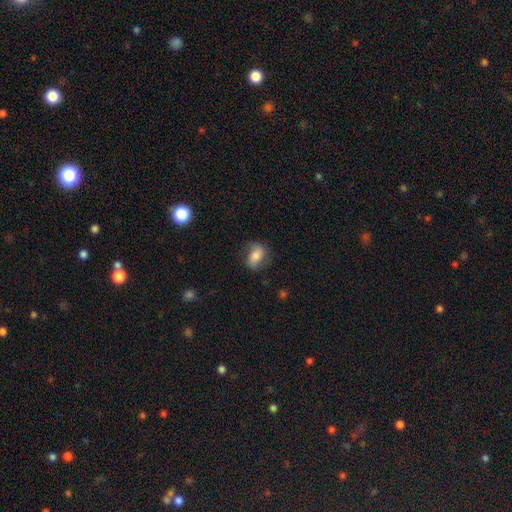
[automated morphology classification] Smooth or featured: smooth — 61% (featured or disk — 31%)
How rounded: in between — 77% (round — 20%)
Merging: none — 68% (minor disturbance — 22%)